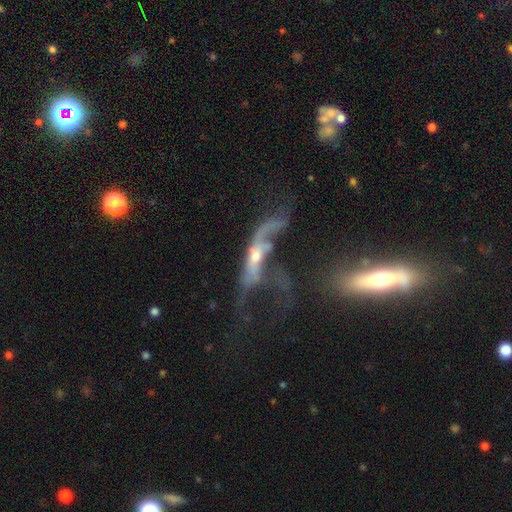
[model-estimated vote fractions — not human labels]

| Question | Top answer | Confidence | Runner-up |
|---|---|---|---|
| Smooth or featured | featured or disk | 69% | smooth (19%) |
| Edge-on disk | no | 56% | yes (44%) |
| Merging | major disturbance | 38% | merger (24%) |